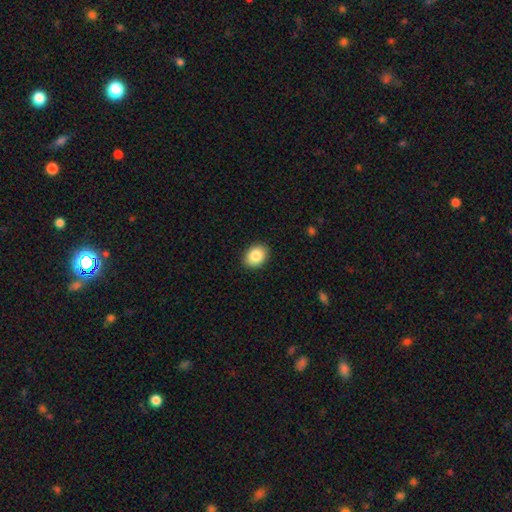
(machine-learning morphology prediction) The model was most divided on "how rounded": in between: 63%, round: 36%, cigar-shaped: 1%. More confident: merging — none (90%); smooth or featured — smooth (86%).